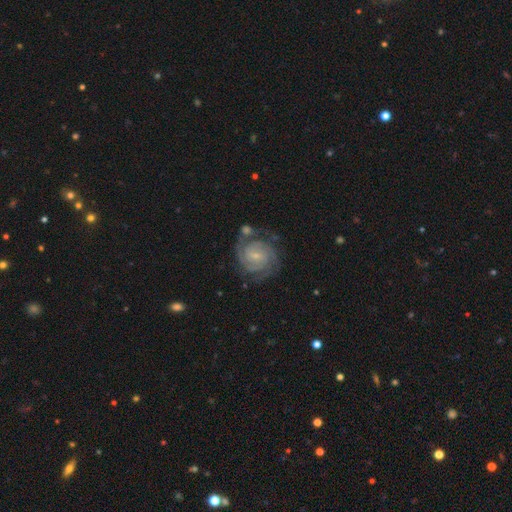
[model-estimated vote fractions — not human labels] This appears to be a featured or disk galaxy (87%) with no bar (46%), 2 (41%) tight (72%) spiral arms (97%) and a small central bulge (77%). Merging: none (68%).